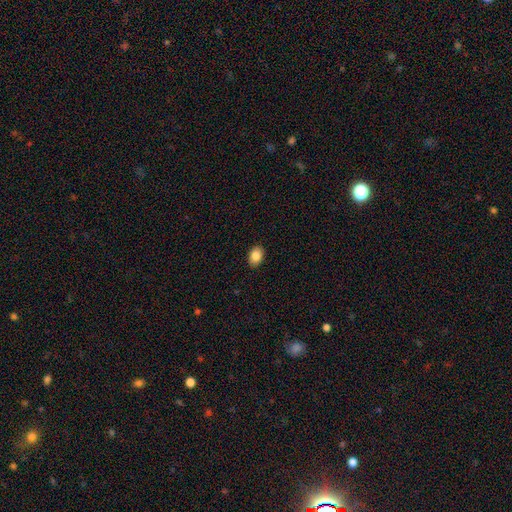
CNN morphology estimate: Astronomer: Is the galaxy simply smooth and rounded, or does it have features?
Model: smooth — 85%.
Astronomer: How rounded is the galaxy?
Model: in between — 78%.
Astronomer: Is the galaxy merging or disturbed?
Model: none — 90%.